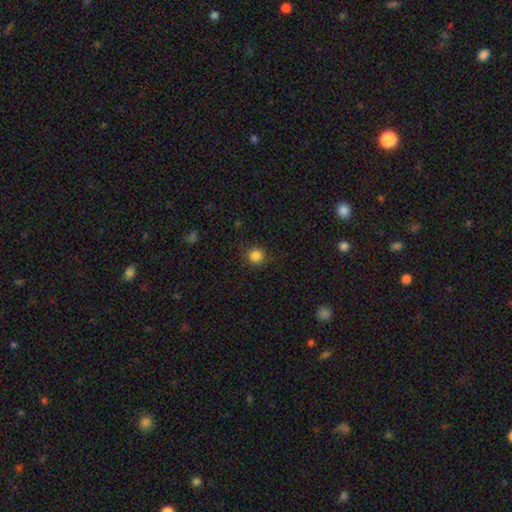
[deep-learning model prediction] A smooth galaxy with no disk features (85%) that is round (93%). Merging: none (87%).